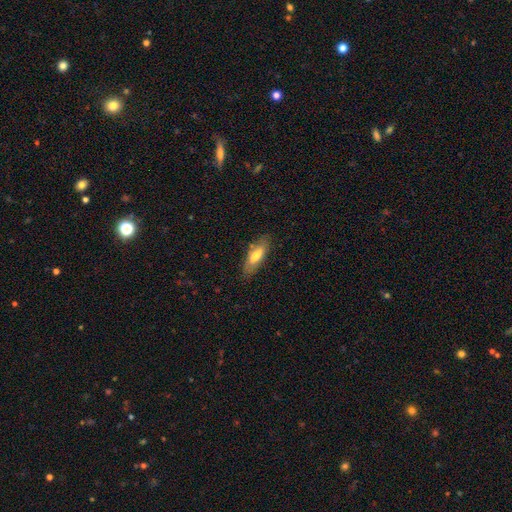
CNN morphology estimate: A smooth galaxy with no disk features (67%) that is in between round and cigar-shaped (62%).

Vote fractions:
- Smooth or featured? smooth: 67% / featured or disk: 27% / star or artifact: 6%
- How rounded? in between: 62% / cigar-shaped: 37% / round: 2%
- Merging? none: 80% / minor disturbance: 15% / major disturbance: 3% / merger: 2%